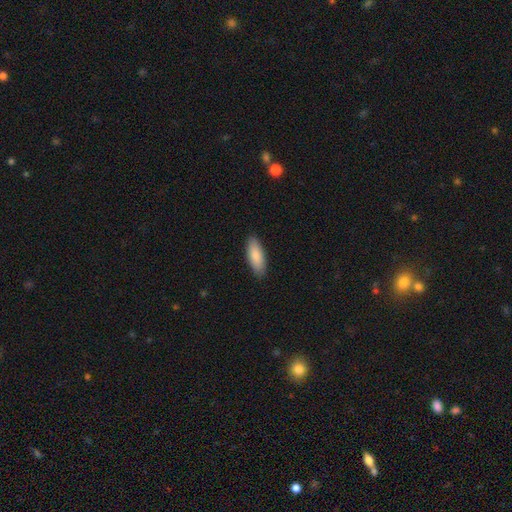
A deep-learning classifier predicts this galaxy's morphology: Smooth or featured: smooth — 87% (featured or disk — 8%)
How rounded: in between — 70% (cigar-shaped — 28%)
Merging: none — 89% (minor disturbance — 9%)